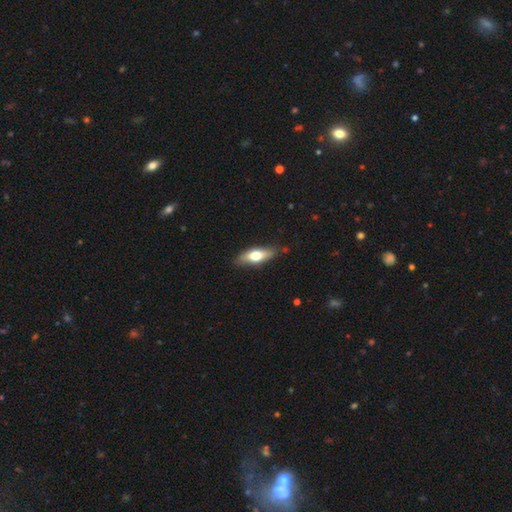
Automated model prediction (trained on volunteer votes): Smooth or featured?
  - smooth: 58% *
  - featured or disk: 36%
  - star or artifact: 6%
How rounded?
  - in between: 61% *
  - cigar-shaped: 36%
  - round: 3%
Merging?
  - none: 82% *
  - minor disturbance: 14%
  - major disturbance: 3%
  - merger: 2%